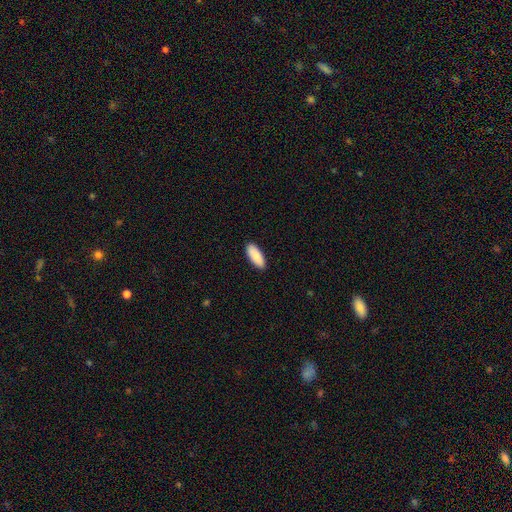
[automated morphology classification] Smooth or featured? smooth (88%)
How rounded? in between (79%)
Merging? none (90%)